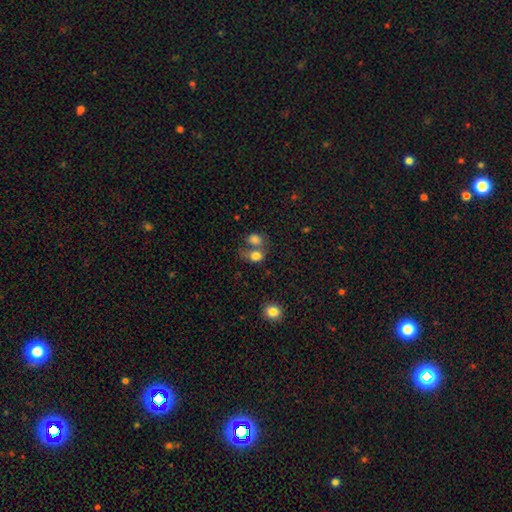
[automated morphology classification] Smooth or featured? Predicted: smooth (p=0.80). How rounded? Predicted: in between (p=0.56). Merging? Predicted: merger (p=0.50).